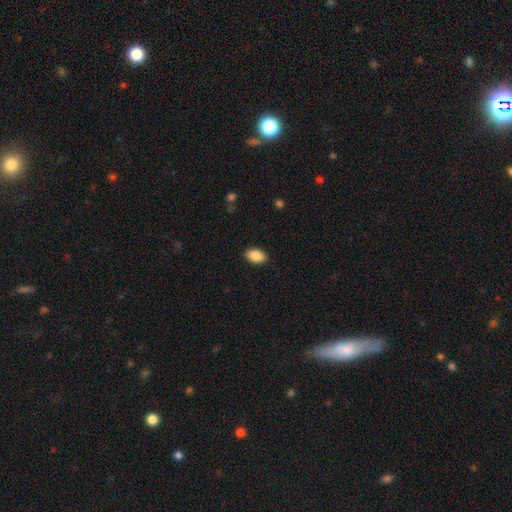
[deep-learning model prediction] This appears to be a smooth galaxy with no disk features (88%) that is in between round and cigar-shaped (92%). Merging: none (89%).